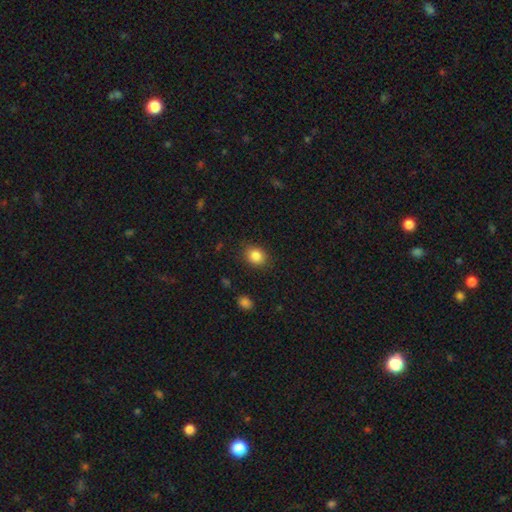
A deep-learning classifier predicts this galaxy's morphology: Smooth or featured? smooth (85%)
How rounded? round (54%)
Merging? none (86%)